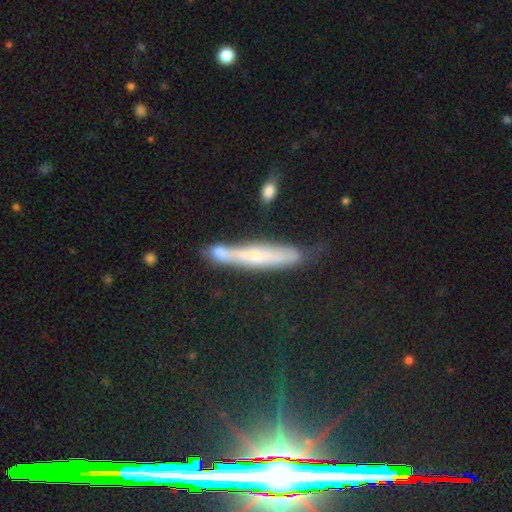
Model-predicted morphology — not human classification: type=featured or disk (45%); merging=none (55%).